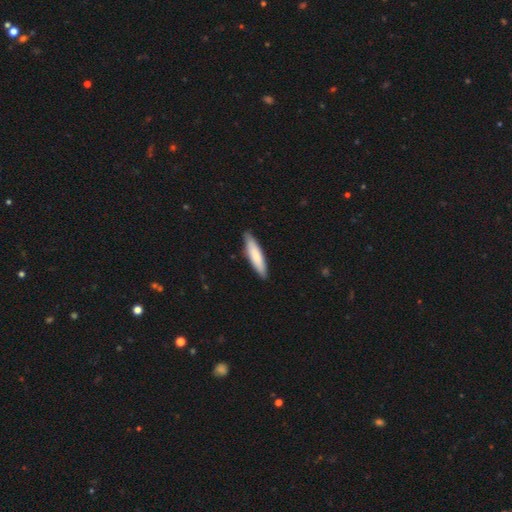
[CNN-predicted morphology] A smooth galaxy with no disk features (79%) that is cigar-shaped (78%).

Vote fractions:
- Smooth or featured? smooth: 79% / featured or disk: 16% / star or artifact: 5%
- How rounded? cigar-shaped: 78% / in between: 21% / round: 1%
- Merging? none: 86% / minor disturbance: 11% / major disturbance: 2% / merger: 1%